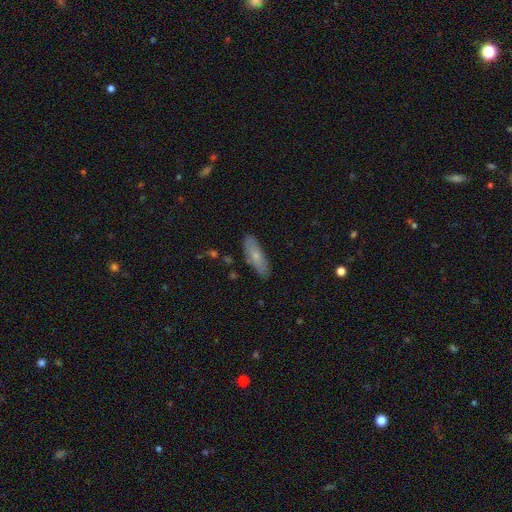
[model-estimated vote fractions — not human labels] A smooth galaxy with no disk features (69%) that is in between round and cigar-shaped (53%). Merging: none (83%).